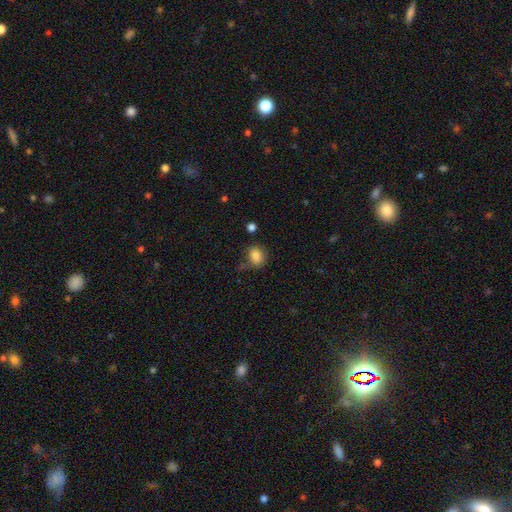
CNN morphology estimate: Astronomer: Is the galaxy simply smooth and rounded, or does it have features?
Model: smooth — 83%.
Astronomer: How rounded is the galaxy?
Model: in between — 54% (runner-up: round, 44%).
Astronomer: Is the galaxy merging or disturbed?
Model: none — 64%.